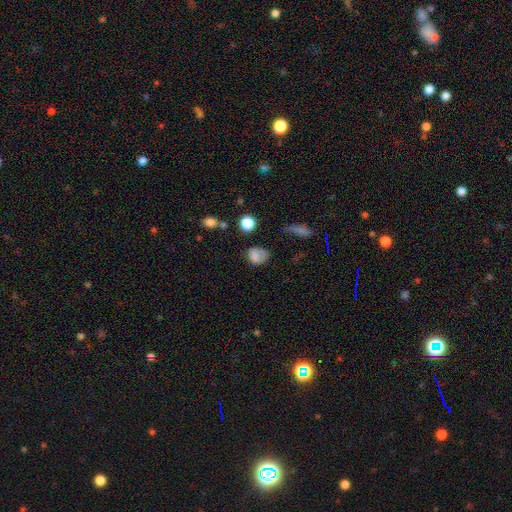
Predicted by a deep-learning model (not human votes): Smooth or featured: smooth — 76% (star or artifact — 13%)
How rounded: in between — 53% (round — 45%)
Merging: none — 46% (minor disturbance — 30%)